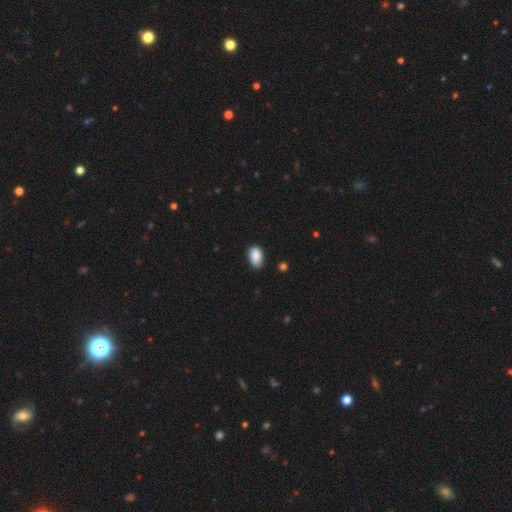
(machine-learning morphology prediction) Smooth or featured?
  - smooth: 88% *
  - star or artifact: 7%
  - featured or disk: 4%
How rounded?
  - in between: 91% *
  - round: 8%
  - cigar-shaped: 1%
Merging?
  - none: 77% *
  - minor disturbance: 19%
  - major disturbance: 3%
  - merger: 1%